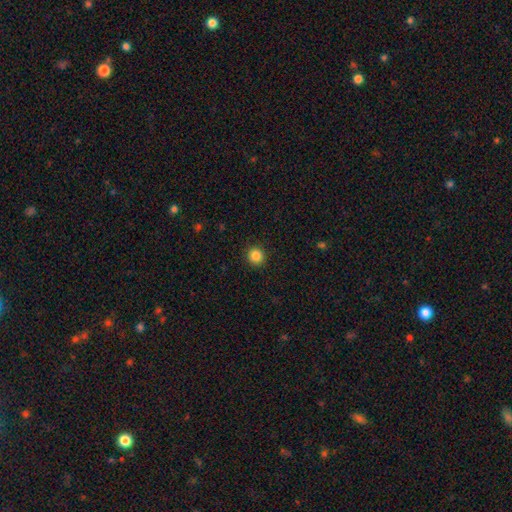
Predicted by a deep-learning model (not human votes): Overall: smooth (86%). How rounded: round (94%). Merging: none (93%).